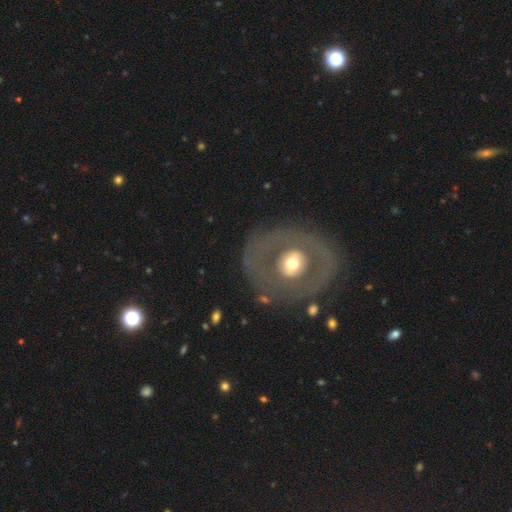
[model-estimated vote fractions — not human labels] Overall: featured or disk (66%; smooth 28%). Edge-on disk: no (94%). Bar: no (80%). Spiral arms: no (76%). Bulge size: moderate (67%). Merging: none (80%).